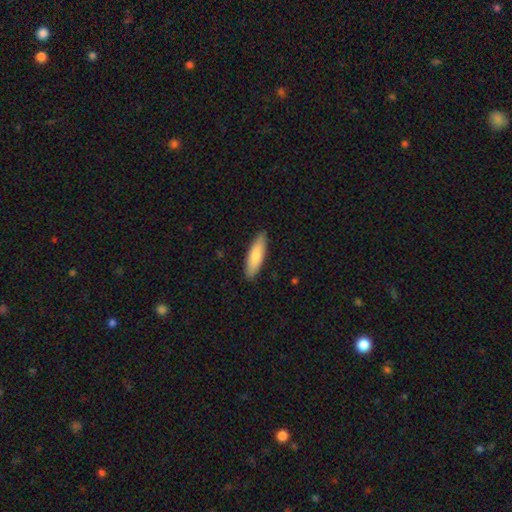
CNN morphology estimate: A smooth galaxy with no disk features (80%) that is cigar-shaped (56%).

Vote fractions:
- Smooth or featured? smooth: 80% / featured or disk: 15% / star or artifact: 5%
- How rounded? cigar-shaped: 56% / in between: 43% / round: 1%
- Merging? none: 87% / minor disturbance: 10% / major disturbance: 2% / merger: 1%